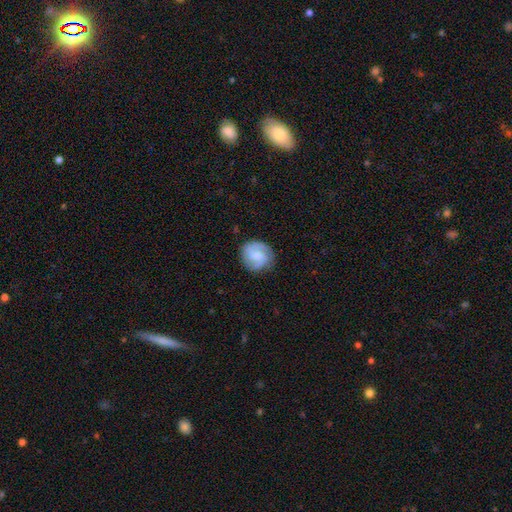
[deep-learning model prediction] Q: Smooth or featured?
A: featured or disk (73%); runner-up: smooth (22%)
Q: Edge-on disk?
A: no (98%); runner-up: yes (2%)
Q: Bar?
A: weak (50%); runner-up: no (40%)
Q: Spiral arms?
A: yes (95%); runner-up: no (5%)
Q: Spiral winding?
A: medium (48%); runner-up: tight (33%)
Q: Spiral arm count?
A: 2 (79%); runner-up: can't tell (7%)
Q: Bulge size?
A: moderate (47%); runner-up: small (45%)
Q: Merging?
A: none (83%); runner-up: minor disturbance (13%)